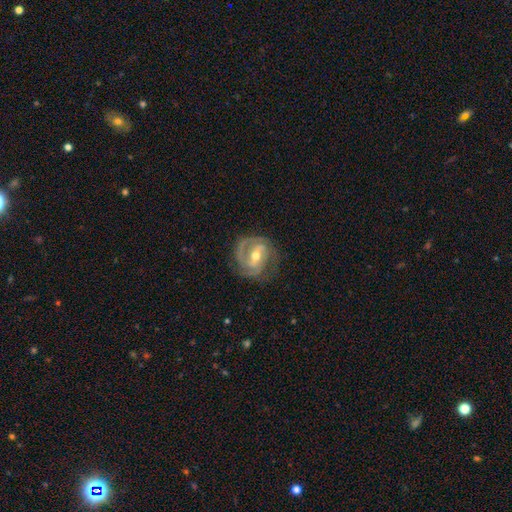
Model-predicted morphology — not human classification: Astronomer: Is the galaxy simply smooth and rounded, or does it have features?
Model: featured or disk — 88%.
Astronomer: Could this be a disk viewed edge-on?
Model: no — 97%.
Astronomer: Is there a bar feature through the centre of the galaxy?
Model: weak — 44% (runner-up: strong, 34%).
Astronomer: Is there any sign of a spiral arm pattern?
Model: yes — 96%.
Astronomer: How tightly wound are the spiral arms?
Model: tight — 51% (runner-up: medium, 40%).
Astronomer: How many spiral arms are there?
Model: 2 — 47% (runner-up: 3, 29%).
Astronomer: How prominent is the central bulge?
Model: moderate — 63%.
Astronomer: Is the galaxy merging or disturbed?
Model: none — 71%.